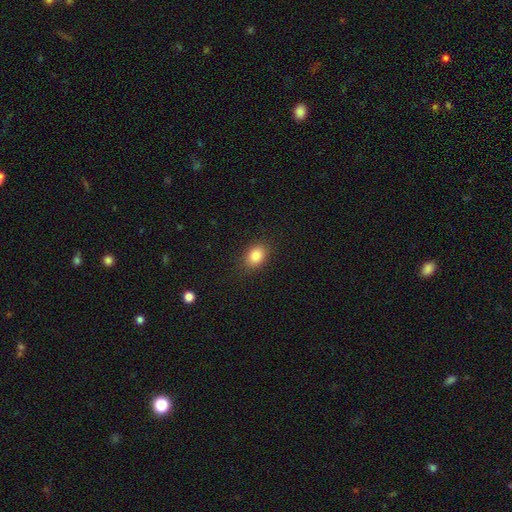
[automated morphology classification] Q: Smooth or featured?
A: smooth (84%); runner-up: star or artifact (9%)
Q: How rounded?
A: in between (73%); runner-up: round (26%)
Q: Merging?
A: none (86%); runner-up: minor disturbance (10%)